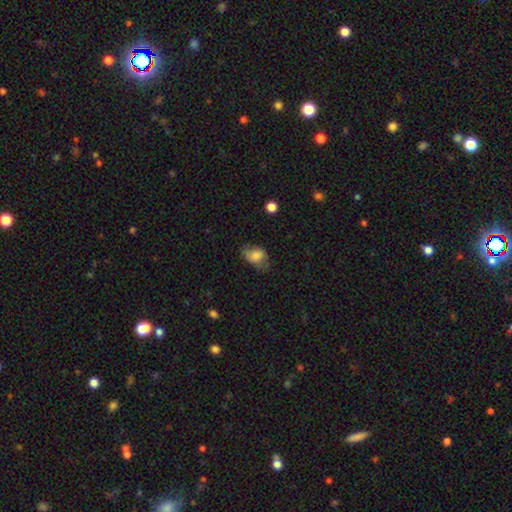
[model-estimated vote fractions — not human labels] smooth-or-featured: smooth: 73% | featured or disk: 18% | star or artifact: 9%
  how-rounded: in between: 74% | round: 24% | cigar-shaped: 1%
  merging: none: 50% | minor disturbance: 32% | major disturbance: 17% | merger: 2%